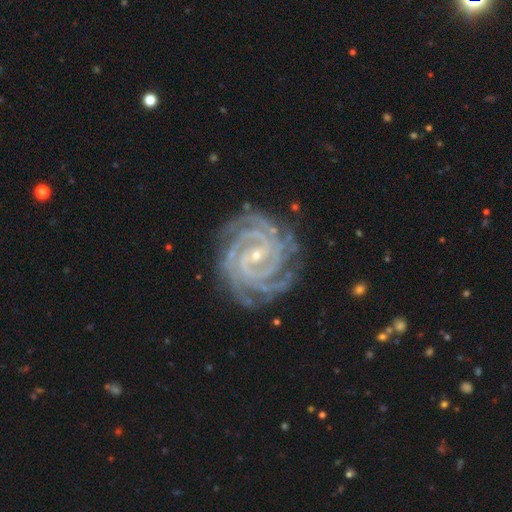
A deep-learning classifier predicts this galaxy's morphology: smooth_or_featured: featured or disk (p=0.94) [alt: star or artifact p=0.04]
disk_edge_on: no (p=0.98) [alt: yes p=0.02]
bar: weak (p=0.37) [alt: no p=0.35]
has_spiral_arms: yes (p=0.99) [alt: no p=0.01]
spiral_winding: tight (p=0.85) [alt: medium p=0.13]
spiral_arm_count: 4 (p=0.26) [alt: 3 p=0.22]
bulge_size: small (p=0.82) [alt: moderate p=0.15]
merging: none (p=0.81) [alt: minor disturbance p=0.14]